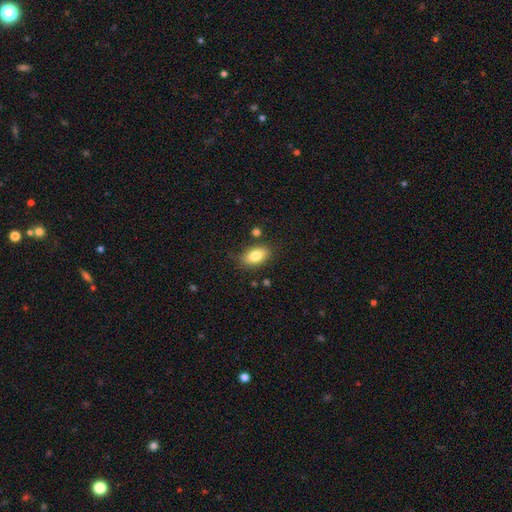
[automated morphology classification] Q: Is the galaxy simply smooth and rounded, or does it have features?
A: smooth — 81%.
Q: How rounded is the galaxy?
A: in between — 89%.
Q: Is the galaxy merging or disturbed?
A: none — 80%.